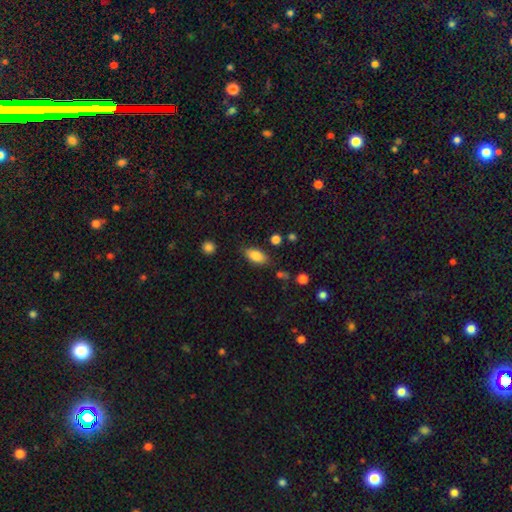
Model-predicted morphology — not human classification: Overall: smooth (83%). How rounded: in between (89%). Merging: none (79%).